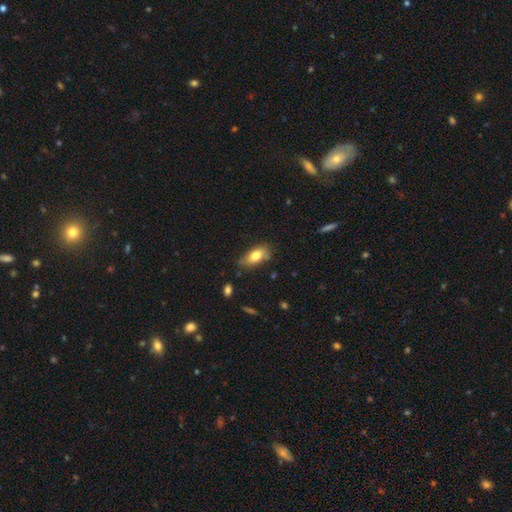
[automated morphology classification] smooth 74%, featured or disk 18%, star or artifact 7%. Down the decision tree: how rounded — in between (86%); merging — none (69%).